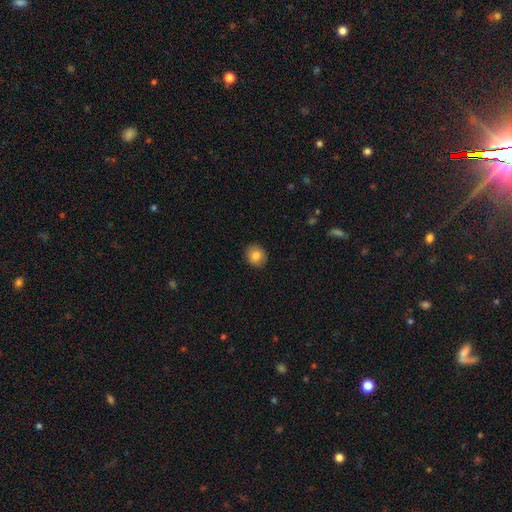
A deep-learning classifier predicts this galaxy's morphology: type=smooth (83%); roundness=round (77%); merging=none (89%).